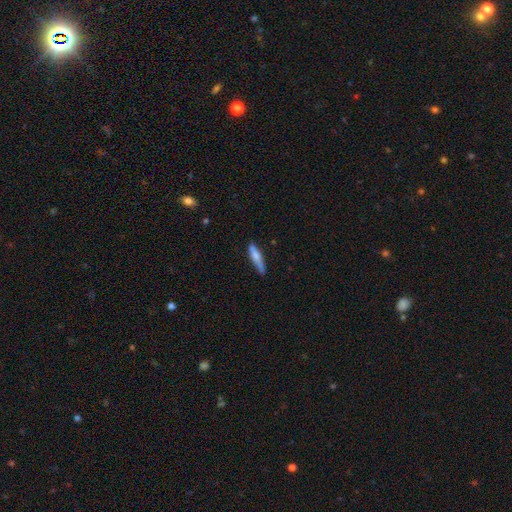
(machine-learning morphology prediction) smooth 67%, featured or disk 27%, star or artifact 6%. Down the decision tree: how rounded — cigar-shaped (84%); merging — none (75%).